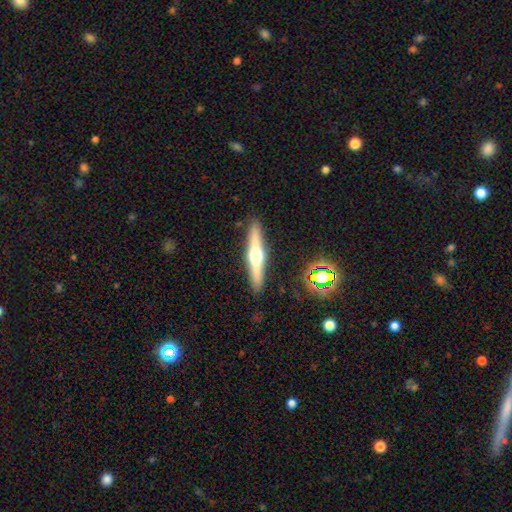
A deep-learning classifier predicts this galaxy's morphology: The model was most divided on "smooth or featured": featured or disk: 67%, smooth: 26%, star or artifact: 7%. More confident: edge-on disk — yes (97%); edge-on bulge — rounded (95%); merging — none (90%).